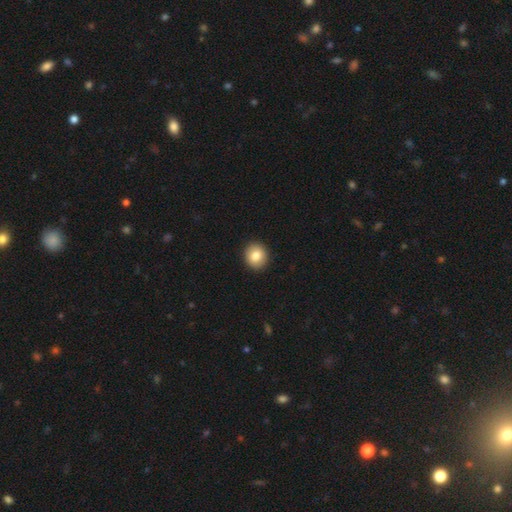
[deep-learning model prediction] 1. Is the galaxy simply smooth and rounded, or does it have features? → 83% smooth, 9% featured or disk, 8% star or artifact.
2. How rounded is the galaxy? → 81% round, 18% in between, 1% cigar-shaped.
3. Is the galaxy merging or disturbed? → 92% none, 6% minor disturbance, 2% major disturbance, 1% merger.